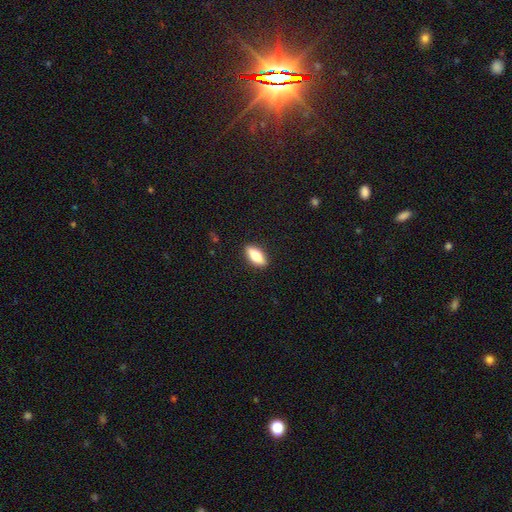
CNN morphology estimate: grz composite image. It shows a smooth galaxy with no disk features (75%) that is in between round and cigar-shaped (78%). Merging: none (89%).